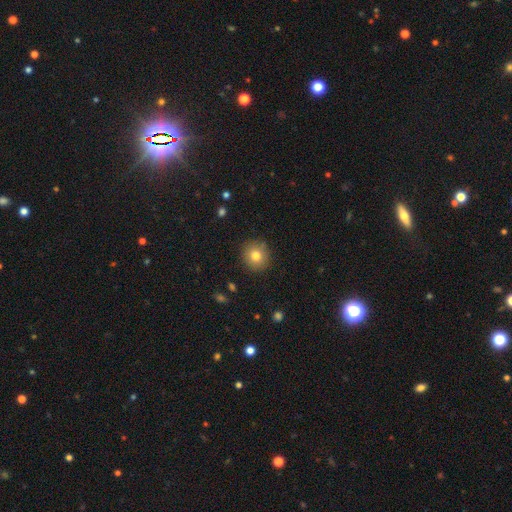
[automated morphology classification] smooth 79%, star or artifact 11%, featured or disk 10%. Down the decision tree: how rounded — round (92%); merging — none (90%).